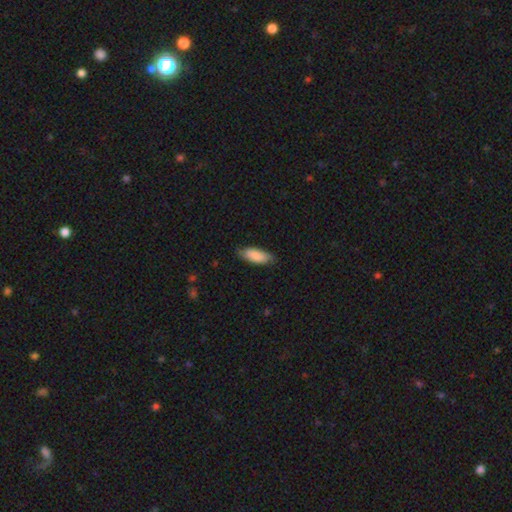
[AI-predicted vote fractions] smooth_or_featured: smooth (p=0.87) [alt: featured or disk p=0.07]
how_rounded: in between (p=0.74) [alt: cigar-shaped p=0.24]
merging: none (p=0.80) [alt: minor disturbance p=0.17]